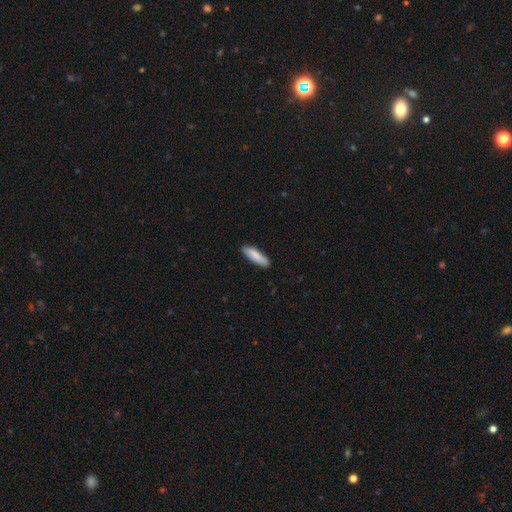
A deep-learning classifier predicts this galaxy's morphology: type=smooth (86%); roundness=cigar-shaped (67%); merging=none (88%).